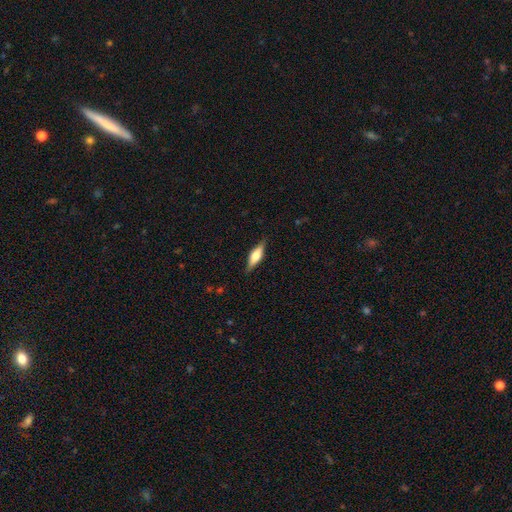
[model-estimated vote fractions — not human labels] Morphology: type=smooth (47%); merging=none (85%).